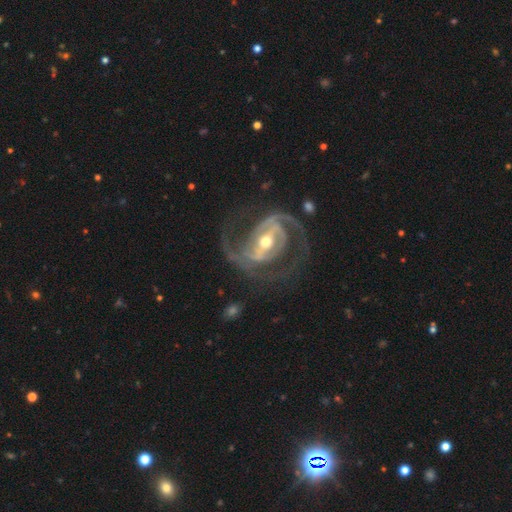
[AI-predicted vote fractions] Smooth or featured? Predicted: featured or disk (p=0.92). Edge-on disk? Predicted: no (p=0.97). Bar? Predicted: strong (p=0.60). Spiral arms? Predicted: yes (p=0.97). Spiral winding? Predicted: medium (p=0.55). Spiral arm count? Predicted: 2 (p=0.81). Bulge size? Predicted: moderate (p=0.68). Merging? Predicted: none (p=0.68).